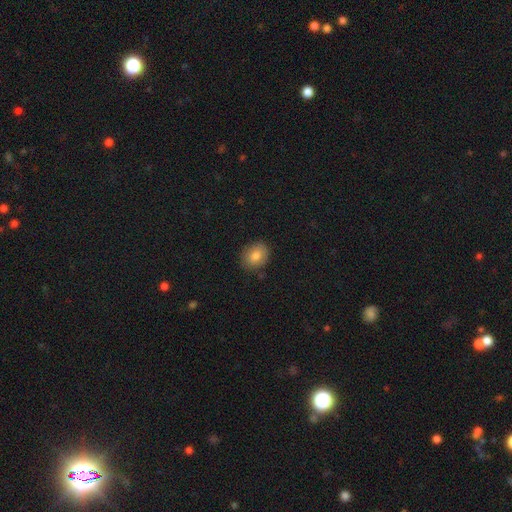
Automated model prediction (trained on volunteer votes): This appears to be a smooth galaxy with no disk features (82%) that is in between round and cigar-shaped (52%). Merging: none (85%).